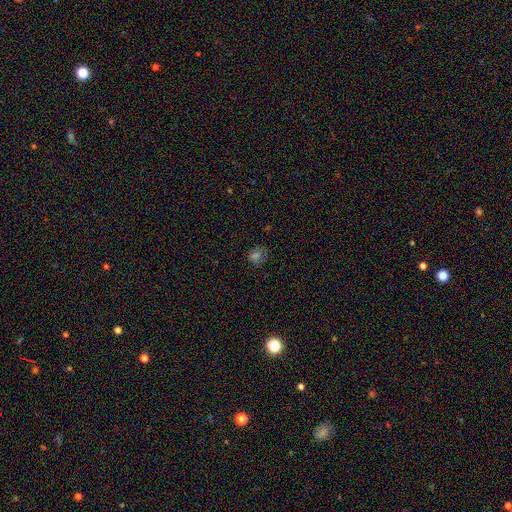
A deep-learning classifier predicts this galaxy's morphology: This is possibly a smooth galaxy (54%). How rounded: likely round (73%). Merging: likely none (74%).